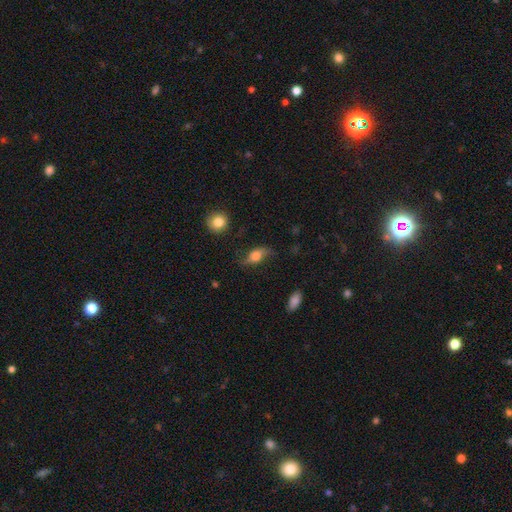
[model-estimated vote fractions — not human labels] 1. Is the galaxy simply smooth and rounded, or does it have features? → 53% featured or disk, 39% smooth, 9% star or artifact.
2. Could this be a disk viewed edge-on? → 71% no, 29% yes.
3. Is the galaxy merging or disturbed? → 68% none, 20% minor disturbance, 10% major disturbance, 2% merger.